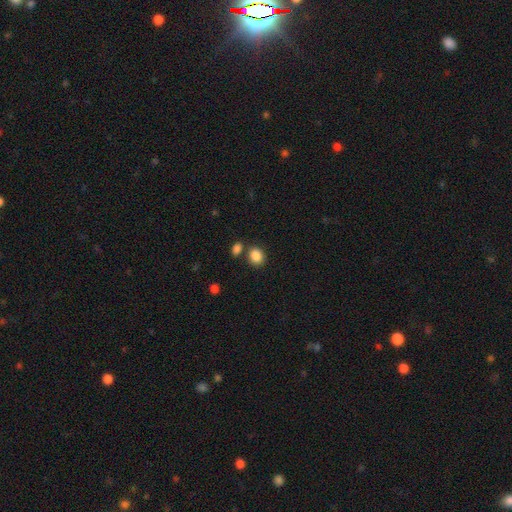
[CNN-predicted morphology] This appears to be a smooth galaxy with no disk features (86%) that is round (55%). Merging: none (69%).